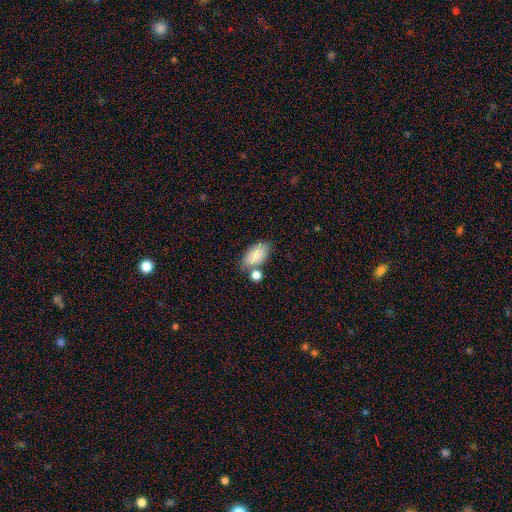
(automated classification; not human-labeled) A smooth galaxy with no disk features (84%) that is in between round and cigar-shaped (93%).

Vote fractions:
- Smooth or featured? smooth: 84% / featured or disk: 9% / star or artifact: 7%
- How rounded? in between: 93% / round: 4% / cigar-shaped: 3%
- Merging? none: 56% / merger: 22% / minor disturbance: 17% / major disturbance: 5%